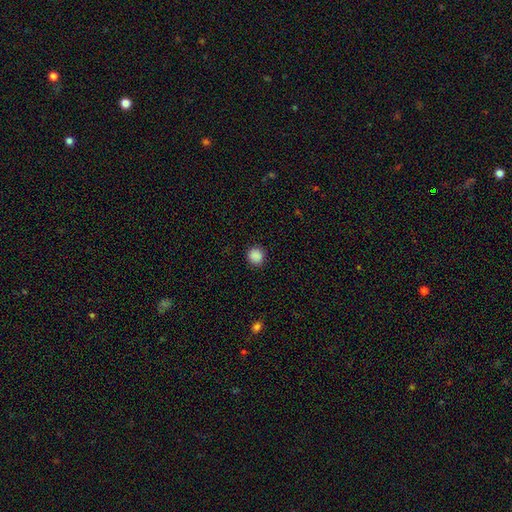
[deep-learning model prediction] Overall: smooth (88%). How rounded: round (91%). Merging: none (91%).